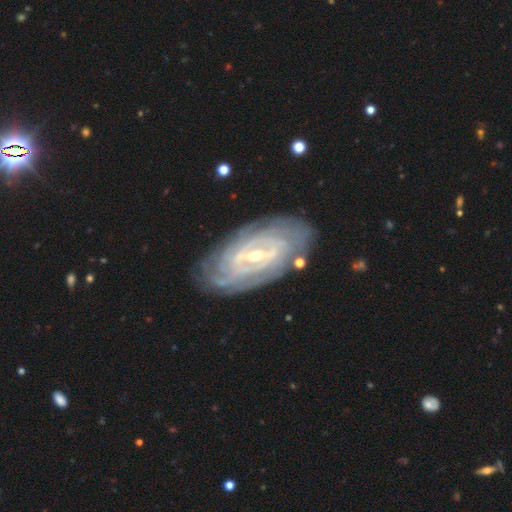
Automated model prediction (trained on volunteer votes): Smooth or featured? Predicted: featured or disk (p=0.89). Edge-on disk? Predicted: no (p=0.94). Bar? Predicted: weak (p=0.42). Spiral arms? Predicted: yes (p=0.96). Spiral winding? Predicted: tight (p=0.80). Spiral arm count? Predicted: can't tell (p=0.37). Bulge size? Predicted: small (p=0.57). Merging? Predicted: none (p=0.80).